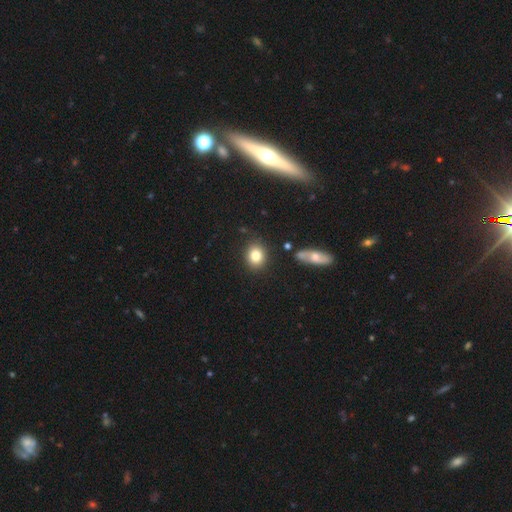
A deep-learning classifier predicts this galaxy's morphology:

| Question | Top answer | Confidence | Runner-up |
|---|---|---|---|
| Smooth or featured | smooth | 82% | star or artifact (9%) |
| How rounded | round | 58% | in between (41%) |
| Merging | none | 84% | minor disturbance (10%) |